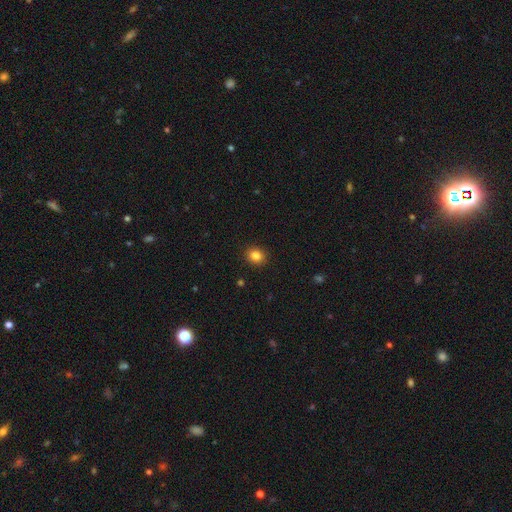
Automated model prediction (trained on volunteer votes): Smooth or featured?
  - smooth: 84% *
  - star or artifact: 11%
  - featured or disk: 5%
How rounded?
  - round: 75% *
  - in between: 24%
  - cigar-shaped: 1%
Merging?
  - none: 92% *
  - minor disturbance: 6%
  - major disturbance: 2%
  - merger: 1%